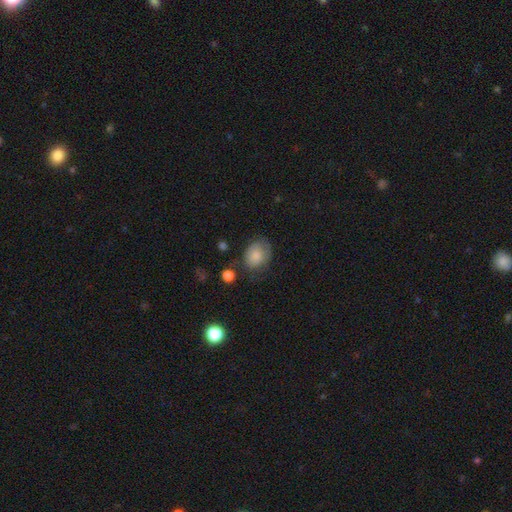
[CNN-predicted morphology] type=smooth (80%); roundness=in between (64%); merging=none (59%).